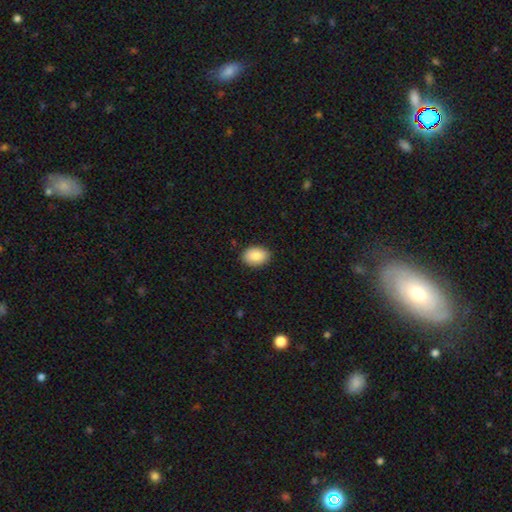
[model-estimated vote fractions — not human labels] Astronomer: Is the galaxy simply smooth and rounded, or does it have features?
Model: smooth — 87%.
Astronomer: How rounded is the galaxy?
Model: in between — 77%.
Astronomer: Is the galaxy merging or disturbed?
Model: none — 88%.